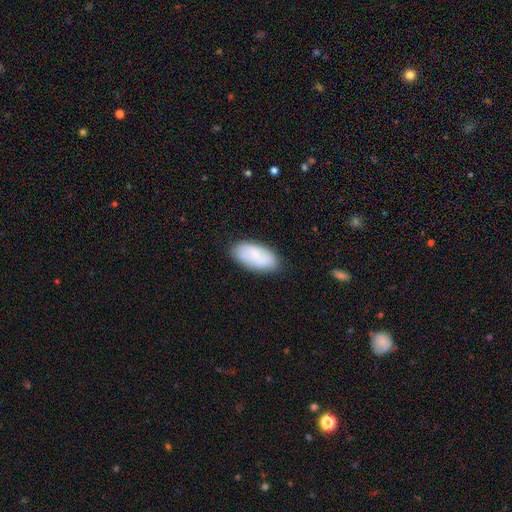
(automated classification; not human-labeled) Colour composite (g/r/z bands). It shows a smooth galaxy with no disk features (68%) that is in between round and cigar-shaped (93%). Merging: none (81%).